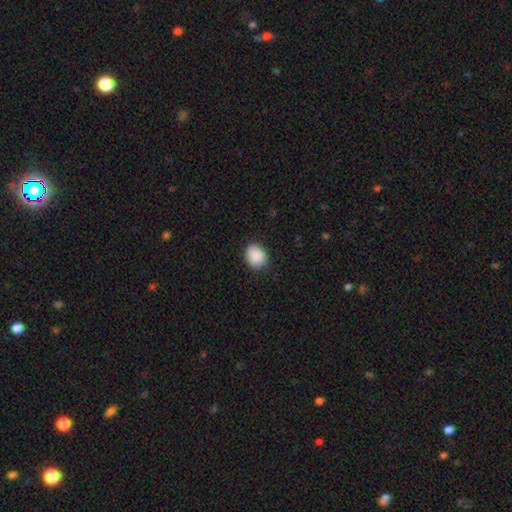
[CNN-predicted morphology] smooth-or-featured: smooth: 90% | star or artifact: 8% | featured or disk: 3%
  how-rounded: round: 56% | in between: 43% | cigar-shaped: 1%
  merging: none: 85% | minor disturbance: 11% | major disturbance: 3% | merger: 1%